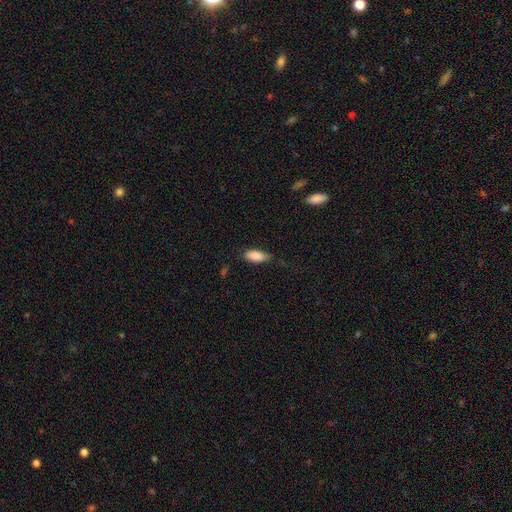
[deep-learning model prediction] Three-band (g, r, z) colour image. It shows a smooth galaxy with no disk features (87%) that is in between round and cigar-shaped (82%). Merging: none (69%).